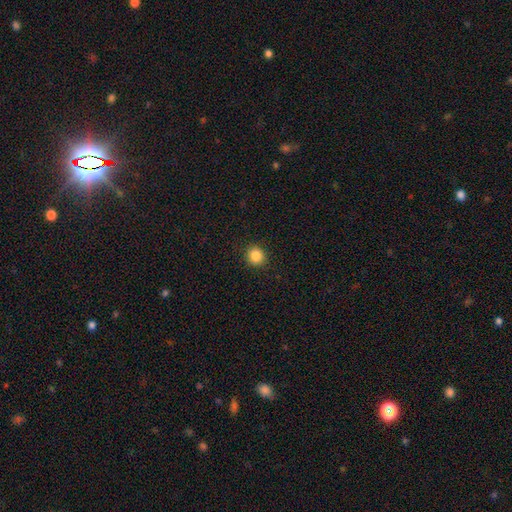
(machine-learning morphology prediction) Smooth or featured: smooth — 86% (star or artifact — 10%)
How rounded: round — 87% (in between — 12%)
Merging: none — 92% (minor disturbance — 5%)